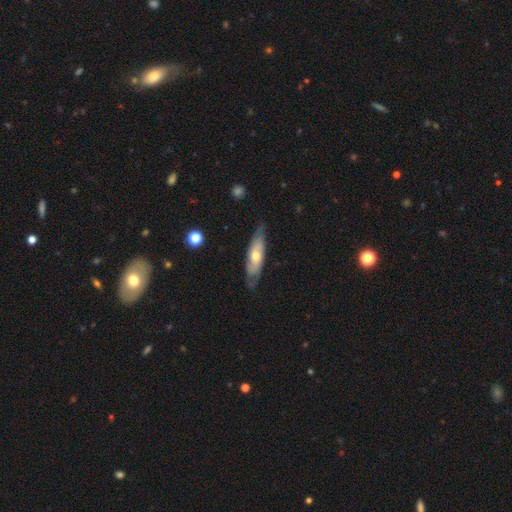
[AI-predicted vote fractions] featured or disk 51%, smooth 43%, star or artifact 6%. Down the decision tree: edge-on disk — no (56%); merging — none (72%).